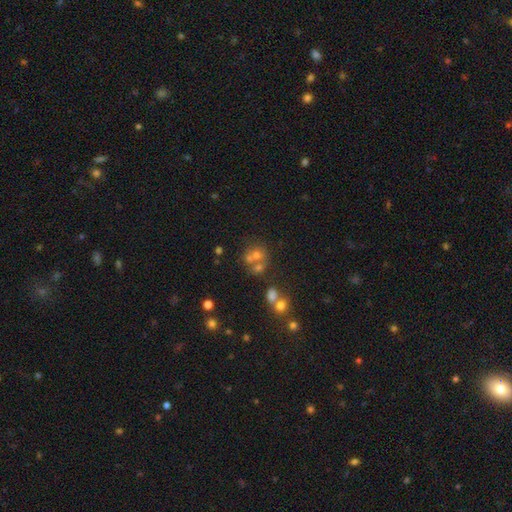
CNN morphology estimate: Smooth or featured?
  - smooth: 54% *
  - star or artifact: 25%
  - featured or disk: 22%
How rounded?
  - round: 78% *
  - in between: 21%
  - cigar-shaped: 1%
Merging?
  - merger: 43% * (tied)
  - none: 43% * (tied)
  - minor disturbance: 9%
  - major disturbance: 5%